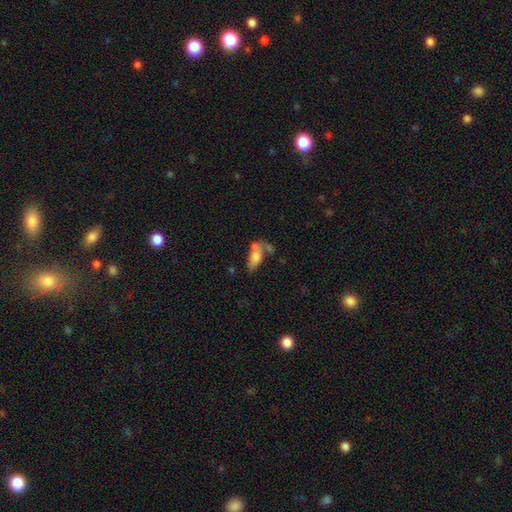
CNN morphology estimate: Q: Smooth or featured?
A: smooth (67%); runner-up: featured or disk (24%)
Q: How rounded?
A: in between (84%); runner-up: cigar-shaped (11%)
Q: Merging?
A: merger (38%); runner-up: none (25%)